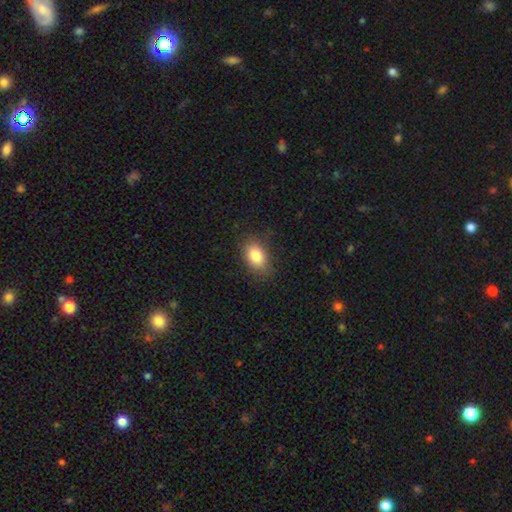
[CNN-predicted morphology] This appears to be a smooth galaxy with no disk features (83%) that is in between round and cigar-shaped (85%). Merging: none (79%).